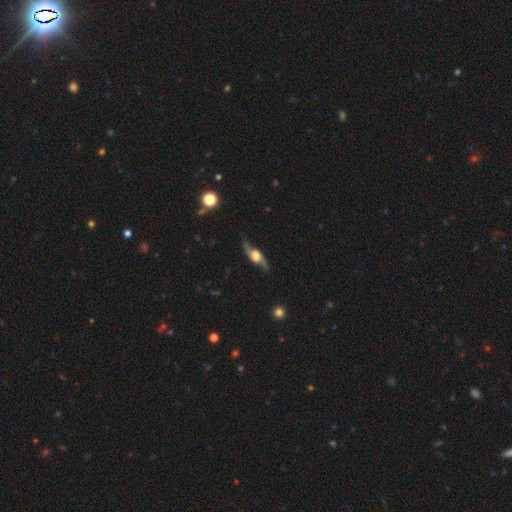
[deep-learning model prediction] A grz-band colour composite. It shows a featured or disk galaxy (80%) viewed edge-on (51%). Merging: none (77%).